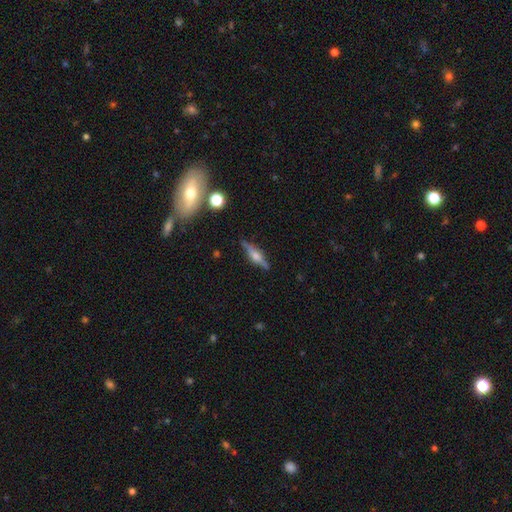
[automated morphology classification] A featured or disk galaxy (70%) viewed edge-on (96%) with a rounded central bulge (83%).

Vote fractions:
- Smooth or featured? featured or disk: 70% / smooth: 22% / star or artifact: 7%
- Edge-on disk? yes: 96% / no: 4%
- Edge-on bulge? rounded: 83% / boxy: 14% / none: 3%
- Merging? none: 85% / minor disturbance: 11% / major disturbance: 3% / merger: 2%